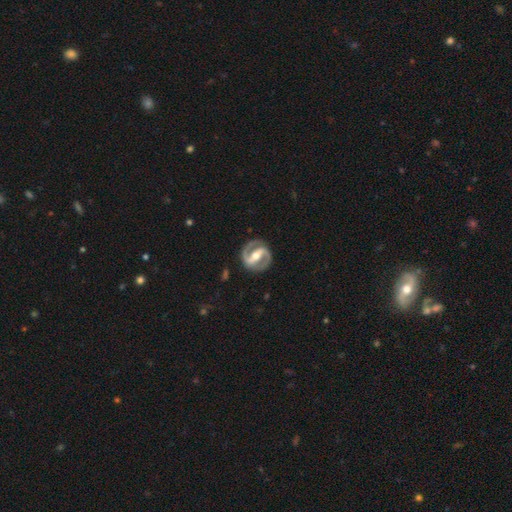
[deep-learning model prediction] smooth-or-featured: featured or disk: 91% | smooth: 6% | star or artifact: 3%
  disk-edge-on: no: 97% | yes: 3%
    bar: strong: 69% | weak: 22% | no: 9%
    has-spiral-arms: yes: 94% | no: 6%
      spiral-winding: medium: 50% | tight: 39% | loose: 11%
      spiral-arm-count: 2: 93% | can't tell: 2% | 1: 2% | 3: 1% | 4: 1% | more than 4: 1%
    bulge-size: moderate: 69% | small: 23% | large: 6% | none: 1% | dominant: 1%
  merging: none: 88% | minor disturbance: 8% | major disturbance: 3% | merger: 1%